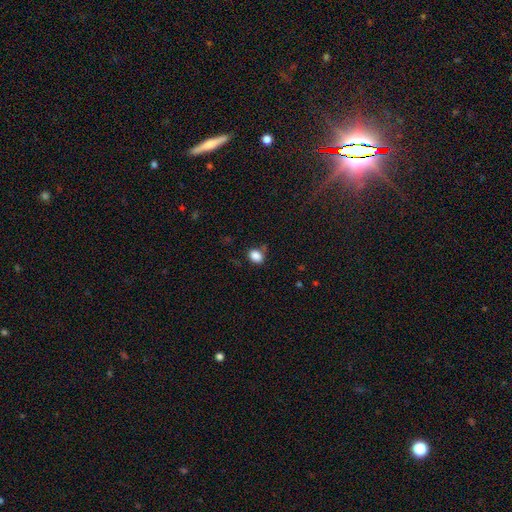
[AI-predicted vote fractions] The model was most divided on "how rounded": in between: 62%, round: 37%, cigar-shaped: 1%. More confident: smooth or featured — smooth (86%); merging — none (71%).